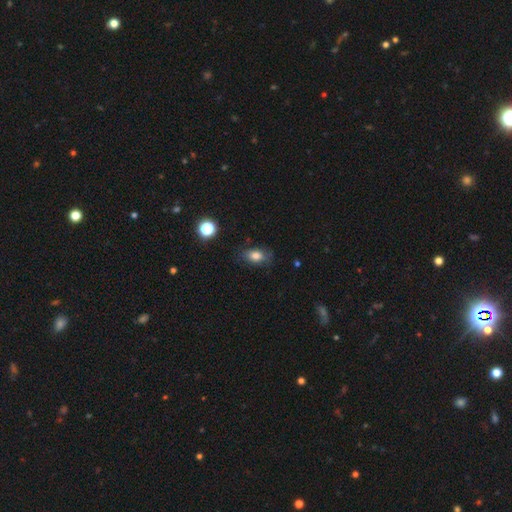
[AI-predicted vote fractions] Overall: smooth (79%). How rounded: in between (83%). Merging: none (76%).